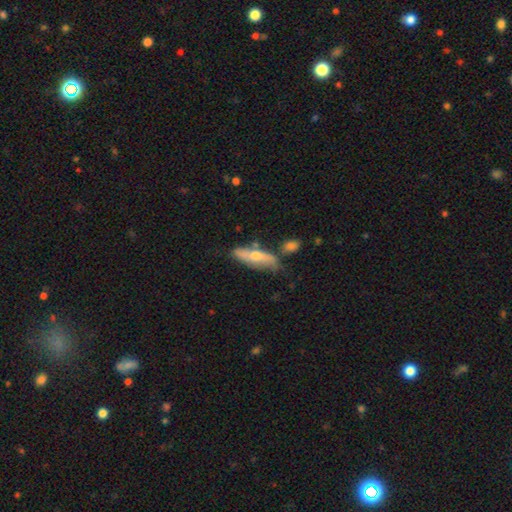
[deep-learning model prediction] Overall: featured or disk (49%; smooth 45%). Merging: none (59%; minor disturbance 24%).